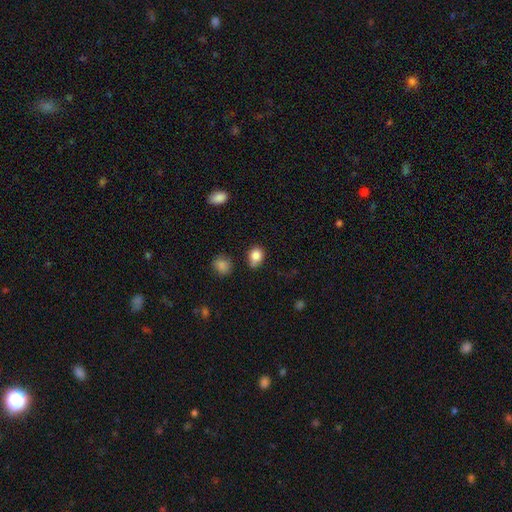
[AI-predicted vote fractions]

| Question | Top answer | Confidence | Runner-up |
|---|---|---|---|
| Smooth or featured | smooth | 85% | star or artifact (10%) |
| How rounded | in between | 50% | round (48%) |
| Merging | none | 63% | minor disturbance (27%) |